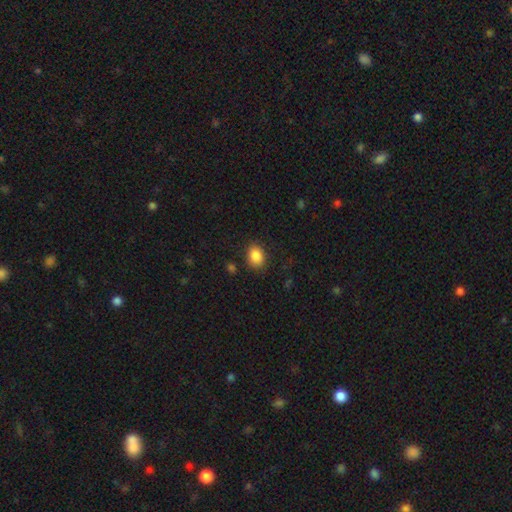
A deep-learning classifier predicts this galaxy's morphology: smooth 87%, star or artifact 9%, featured or disk 4%. Down the decision tree: how rounded — in between (61%); merging — none (83%).